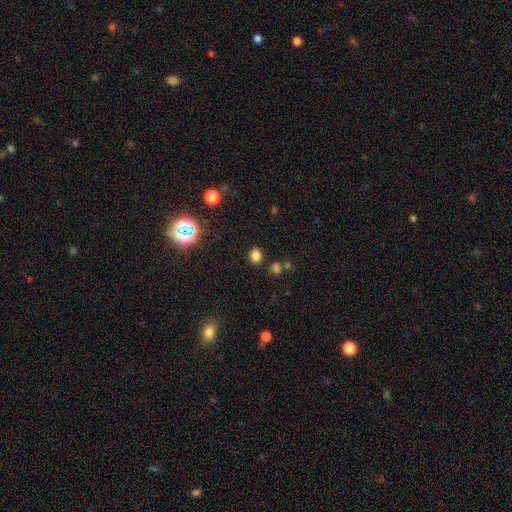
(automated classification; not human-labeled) Smooth or featured: smooth — 76% (star or artifact — 19%)
How rounded: in between — 57% (round — 42%)
Merging: none — 83% (minor disturbance — 9%)